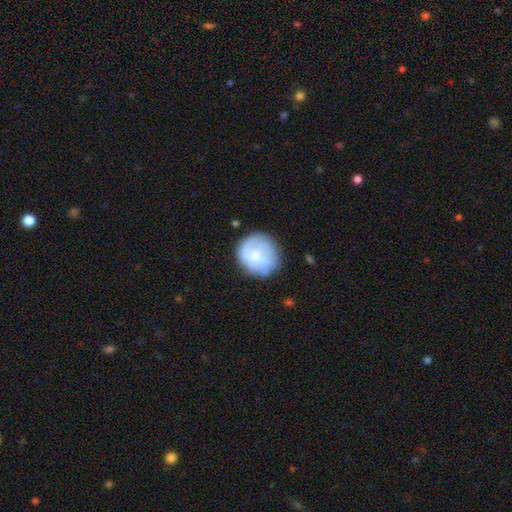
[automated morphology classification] This is possibly a smooth galaxy (57%). How rounded: clearly round (89%). Merging: likely none (71%).